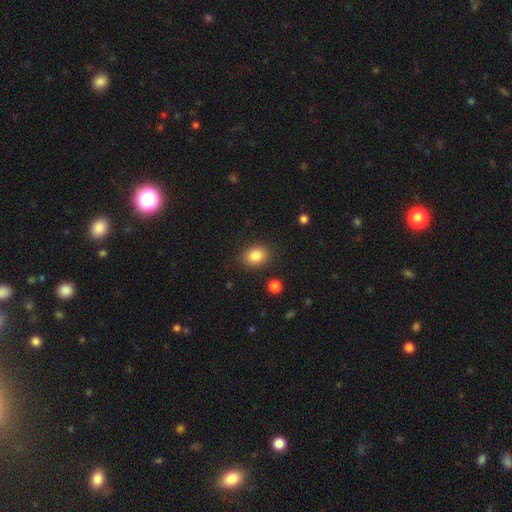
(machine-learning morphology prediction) Overall: smooth (85%). How rounded: in between (62%; round 37%). Merging: none (87%).